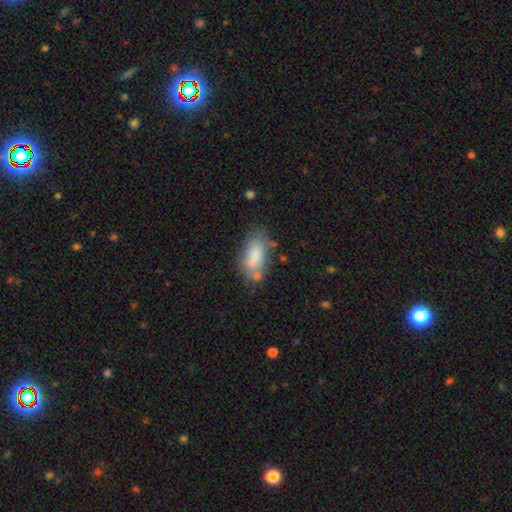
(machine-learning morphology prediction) Smooth or featured? smooth (78%)
How rounded? in between (88%)
Merging? none (52%)